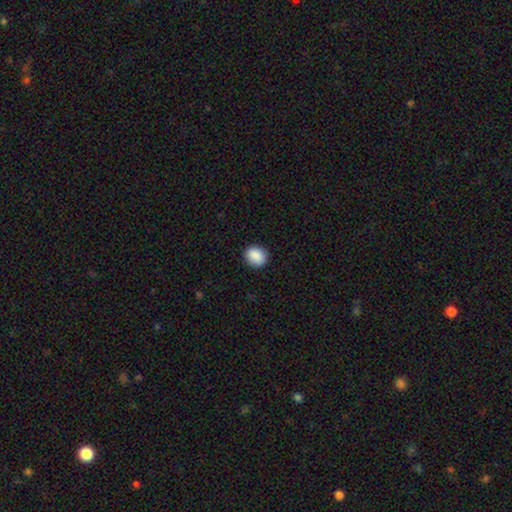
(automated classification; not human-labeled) This appears to be a smooth galaxy with no disk features (89%) that is round (60%). Merging: none (89%).